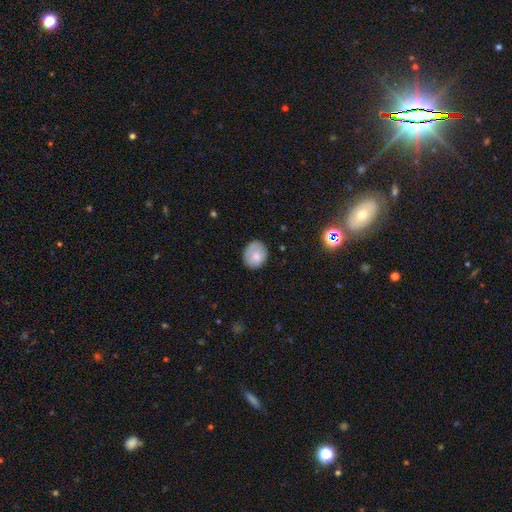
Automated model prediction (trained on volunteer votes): Smooth or featured: smooth — 75% (featured or disk — 17%)
How rounded: round — 69% (in between — 30%)
Merging: none — 74% (minor disturbance — 20%)